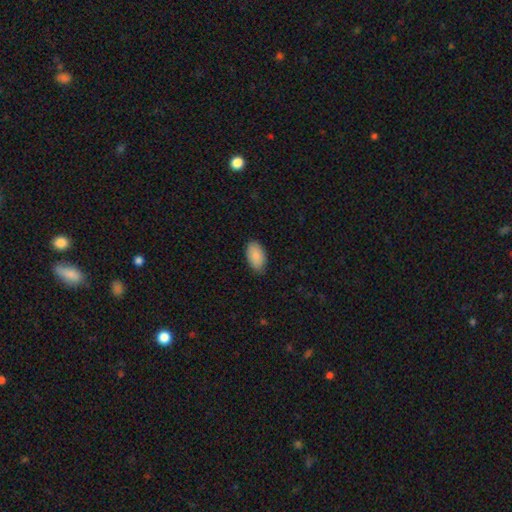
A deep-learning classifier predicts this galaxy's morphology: Smooth or featured? Predicted: smooth (p=0.88). How rounded? Predicted: in between (p=0.95). Merging? Predicted: none (p=0.84).